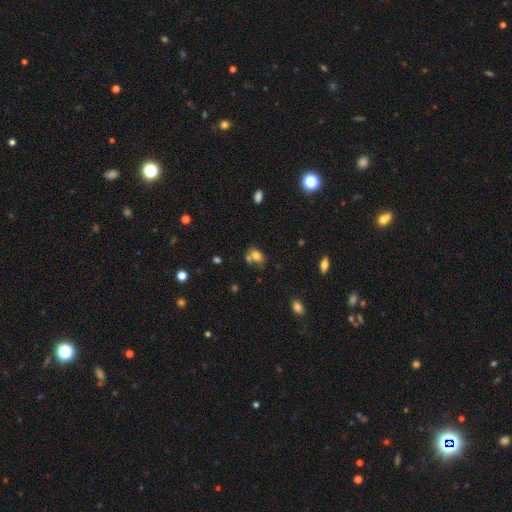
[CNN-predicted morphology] smooth-or-featured: smooth: 75% | featured or disk: 13% | star or artifact: 12%
  how-rounded: in between: 70% | round: 28% | cigar-shaped: 2%
  merging: none: 45% | merger: 33% | minor disturbance: 15% | major disturbance: 6%